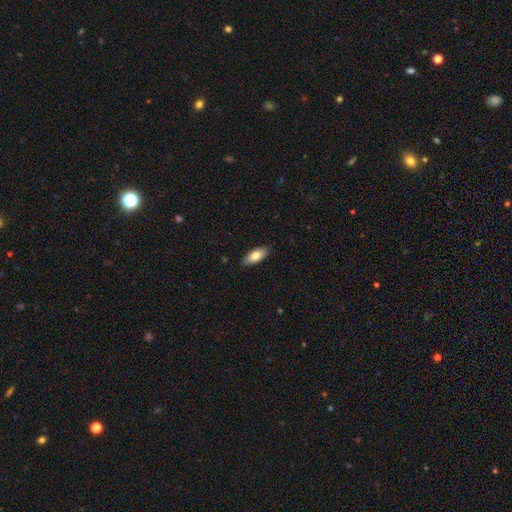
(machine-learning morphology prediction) Smooth or featured?
  - smooth: 79% *
  - featured or disk: 15%
  - star or artifact: 6%
How rounded?
  - in between: 83% *
  - cigar-shaped: 14%
  - round: 2%
Merging?
  - none: 87% *
  - minor disturbance: 10%
  - major disturbance: 2%
  - merger: 1%